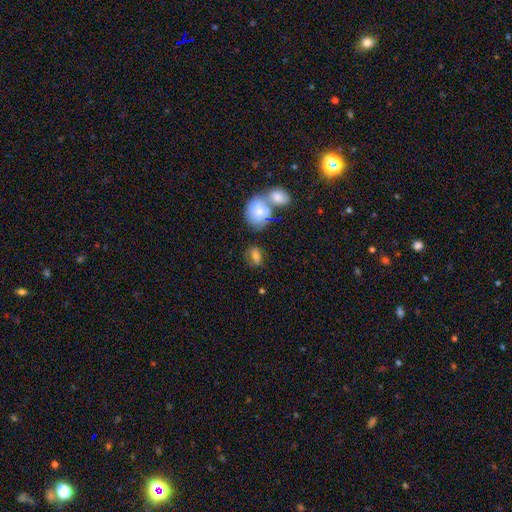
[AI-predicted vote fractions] Smooth or featured? Predicted: smooth (p=0.70). How rounded? Predicted: in between (p=0.72). Merging? Predicted: none (p=0.54).